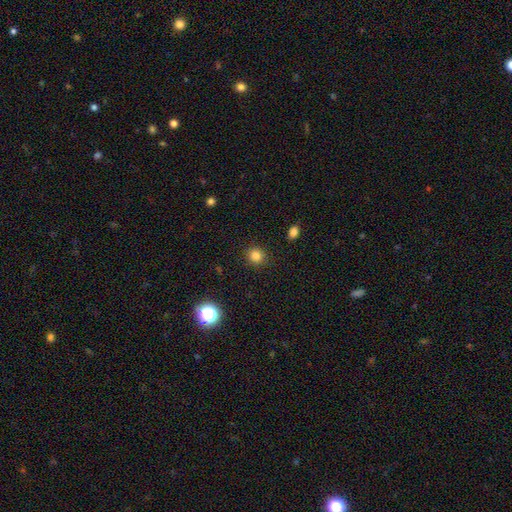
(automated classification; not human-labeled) smooth 82%, star or artifact 13%, featured or disk 5%. Down the decision tree: how rounded — round (87%); merging — none (90%).